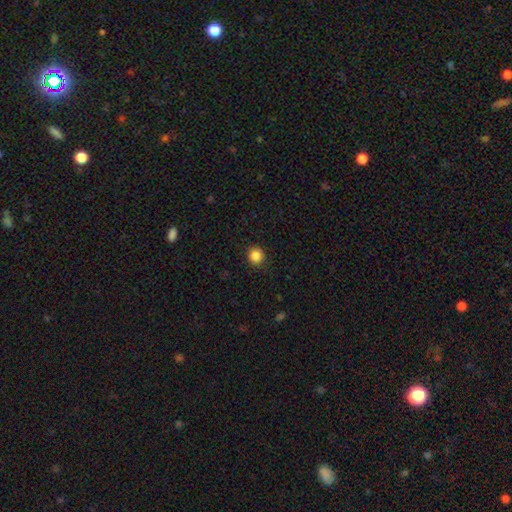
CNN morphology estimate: type=smooth (86%); roundness=round (92%); merging=none (91%).